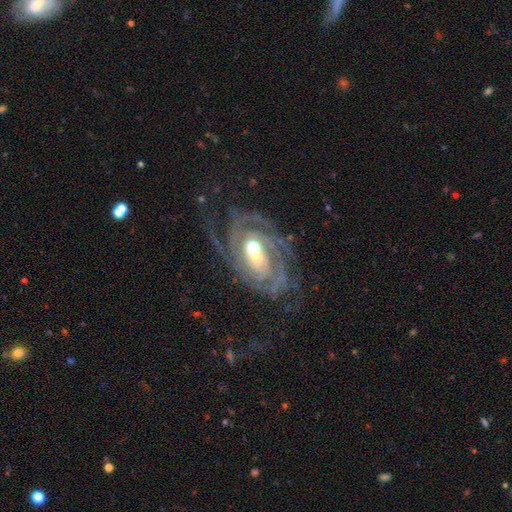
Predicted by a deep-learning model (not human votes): A featured or disk galaxy (88%) with no bar (56%), 3 (25%, tied with 2) tight (65%) spiral arms (96%) and a moderate central bulge (59%).

Vote fractions:
- Smooth or featured? featured or disk: 88% / star or artifact: 6% / smooth: 5%
- Edge-on disk? no: 96% / yes: 4%
- Bar? no: 56% / weak: 29% / strong: 15%
- Spiral arms? yes: 96% / no: 4%
- Spiral winding? tight: 65% / medium: 28% / loose: 7%
- Spiral arm count? 3: 25% (tied) / 2: 25% (tied) / can't tell: 23% / 4: 12% / more than 4: 8% / 1: 7%
- Bulge size? moderate: 59% / small: 26% / large: 11% / none: 2% / dominant: 2%
- Merging? none: 58% / minor disturbance: 19% / major disturbance: 16% / merger: 7%